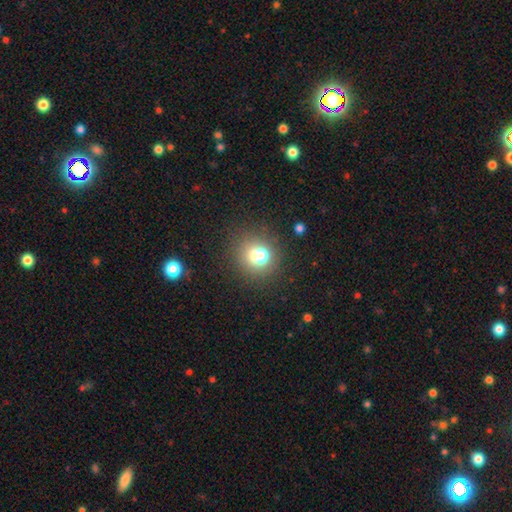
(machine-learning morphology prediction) The model was most divided on "merging": none: 65%, merger: 18%, minor disturbance: 12%, major disturbance: 5%. More confident: how rounded — round (83%); smooth or featured — smooth (69%).